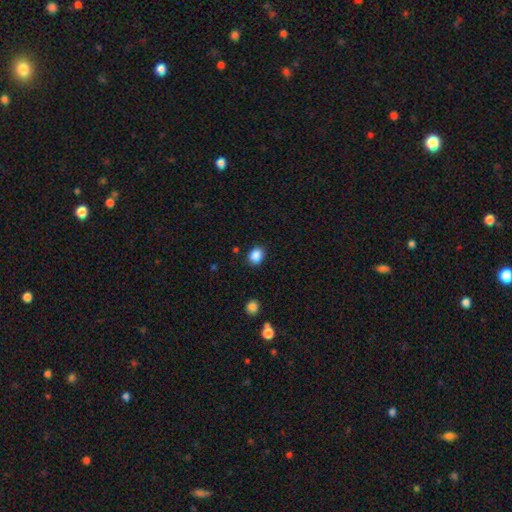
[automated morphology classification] Smooth or featured? Predicted: smooth (p=0.88). How rounded? Predicted: round (p=0.51). Merging? Predicted: none (p=0.87).